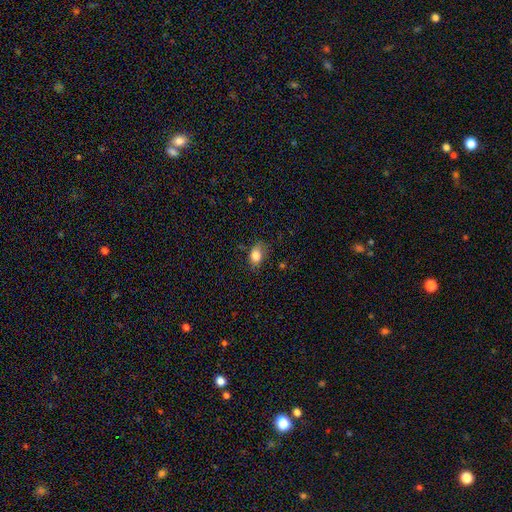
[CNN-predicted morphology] smooth 83%, star or artifact 9%, featured or disk 8%. Down the decision tree: how rounded — in between (70%); merging — none (60%).